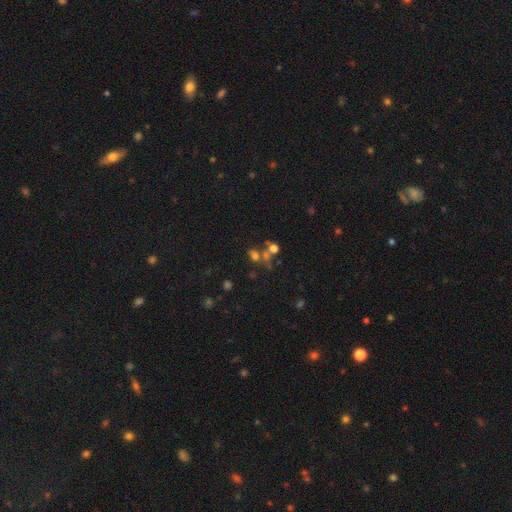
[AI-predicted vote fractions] This appears to be a smooth galaxy with no disk features (45%). Merging: none (43%).